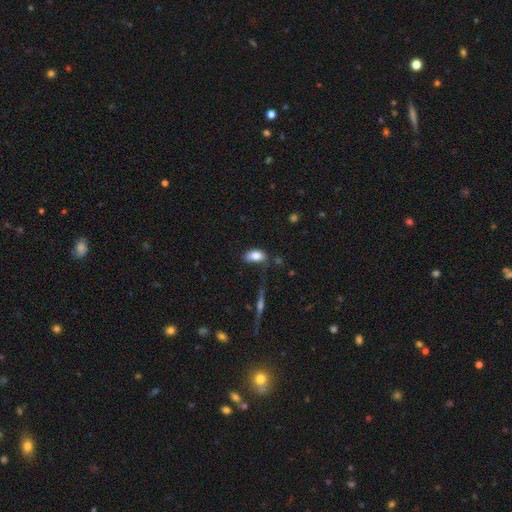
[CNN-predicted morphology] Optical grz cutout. It shows a smooth galaxy with no disk features (83%) that is in between round and cigar-shaped (91%). Merging: none (62%).